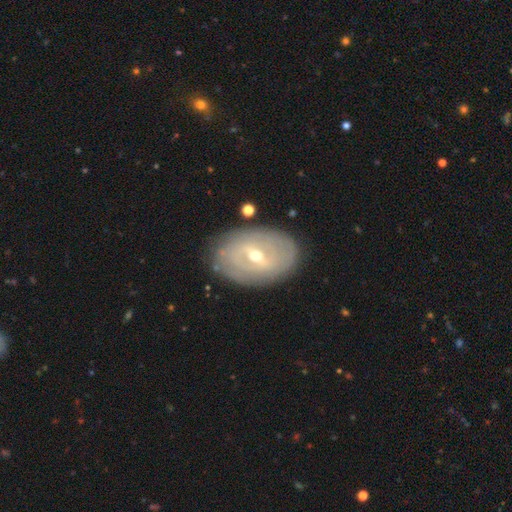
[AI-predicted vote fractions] smooth_or_featured: featured or disk (p=0.76) [alt: smooth p=0.17]
disk_edge_on: no (p=0.93) [alt: yes p=0.07]
bar: weak (p=0.50) [alt: strong p=0.34]
has_spiral_arms: yes (p=0.67) [alt: no p=0.33]
bulge_size: moderate (p=0.49) [alt: small p=0.48]
merging: none (p=0.82) [alt: minor disturbance p=0.13]